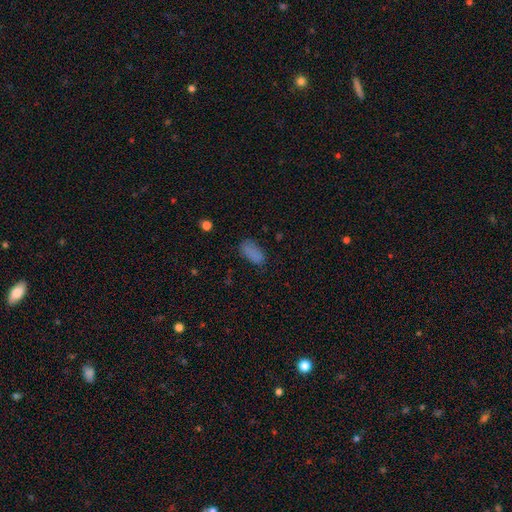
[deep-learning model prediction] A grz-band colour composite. It shows a smooth galaxy with no disk features (82%) that is in between round and cigar-shaped (89%). Merging: none (78%).